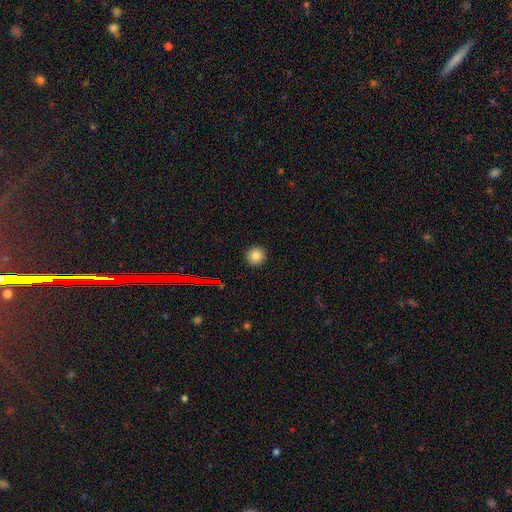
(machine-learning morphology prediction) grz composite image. It shows a smooth galaxy with no disk features (83%) that is round (95%). Merging: none (92%).